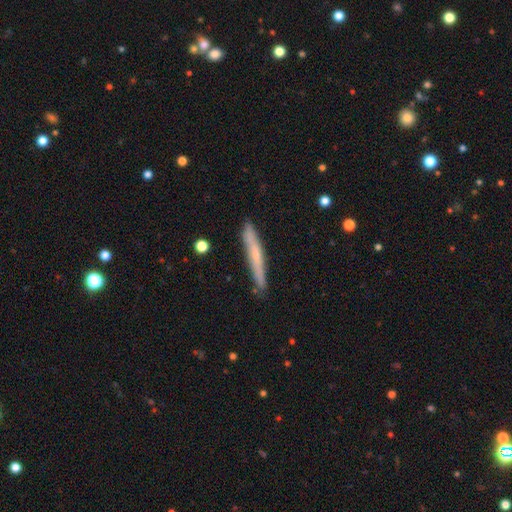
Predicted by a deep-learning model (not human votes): This is possibly a smooth galaxy (54%). How rounded: clearly cigar-shaped (95%). Merging: clearly none (84%).